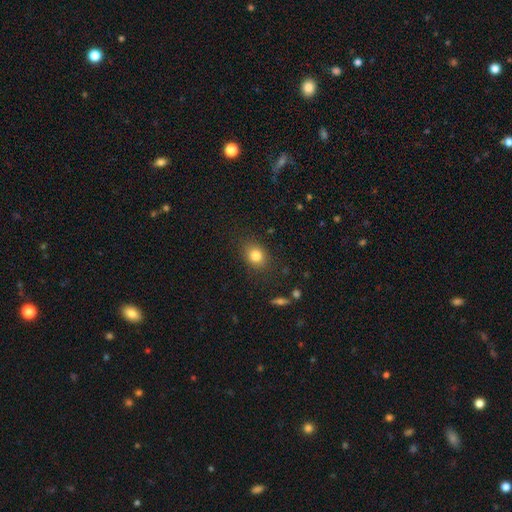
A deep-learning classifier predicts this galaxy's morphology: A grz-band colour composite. It shows a smooth galaxy with no disk features (82%) that is round (50%). Merging: none (83%).